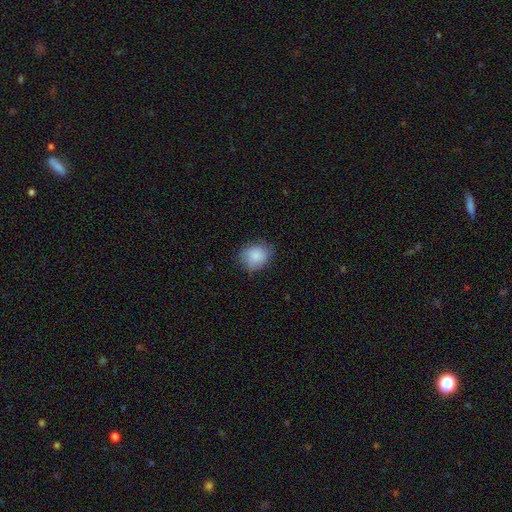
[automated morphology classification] smooth 86%, star or artifact 8%, featured or disk 6%. Down the decision tree: how rounded — round (66%); merging — none (75%).